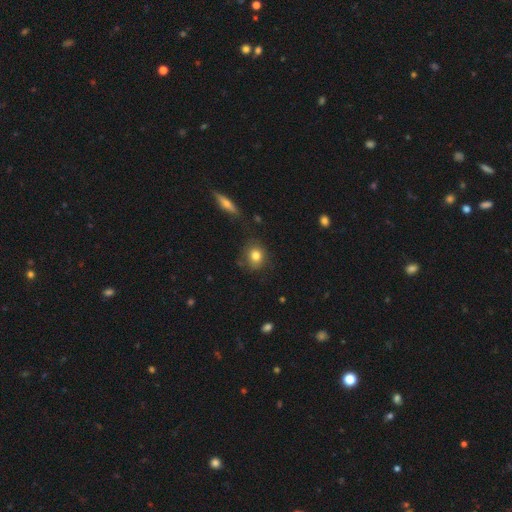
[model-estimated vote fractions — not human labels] smooth 80%, star or artifact 10%, featured or disk 10%. Down the decision tree: how rounded — round (75%); merging — none (79%).